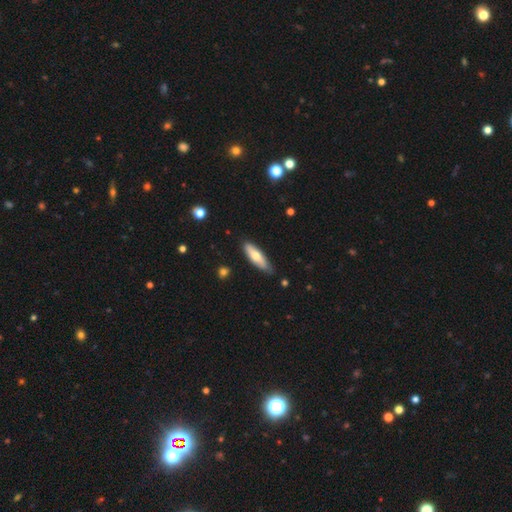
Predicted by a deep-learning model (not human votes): Overall: smooth (62%; featured or disk 32%). How rounded: cigar-shaped (58%; in between 40%). Merging: none (79%).